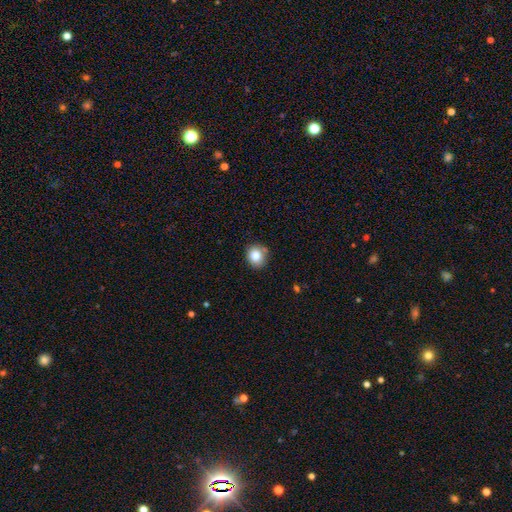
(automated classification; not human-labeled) This appears to be a smooth galaxy with no disk features (82%) that is round (76%). Merging: none (77%).